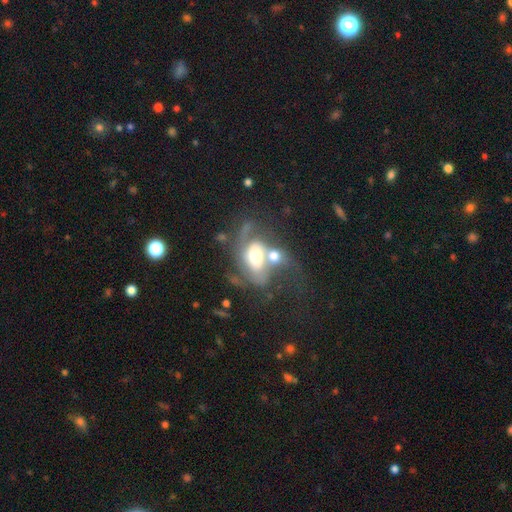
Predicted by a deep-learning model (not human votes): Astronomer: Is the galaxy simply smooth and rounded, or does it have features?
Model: featured or disk — 62%.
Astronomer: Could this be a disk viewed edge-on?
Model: no — 95%.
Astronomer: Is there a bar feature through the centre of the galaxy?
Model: no — 67%.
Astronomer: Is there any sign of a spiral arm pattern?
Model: yes — 69%.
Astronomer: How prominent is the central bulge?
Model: moderate — 54% (runner-up: large, 31%).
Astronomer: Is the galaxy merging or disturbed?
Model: merger — 61%.